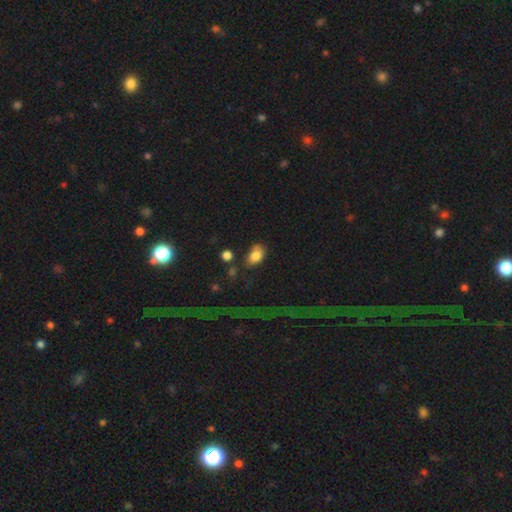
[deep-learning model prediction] smooth_or_featured: smooth (p=0.83) [alt: featured or disk p=0.09]
how_rounded: in between (p=0.87) [alt: round p=0.12]
merging: none (p=0.59) [alt: minor disturbance p=0.23]